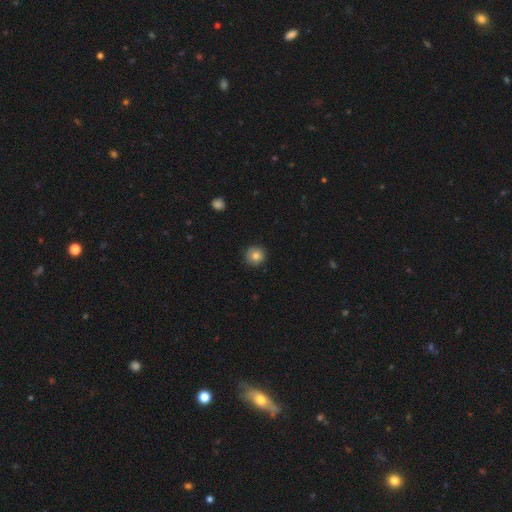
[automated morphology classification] This is clearly a smooth galaxy (83%). How rounded: clearly round (93%). Merging: clearly none (90%).